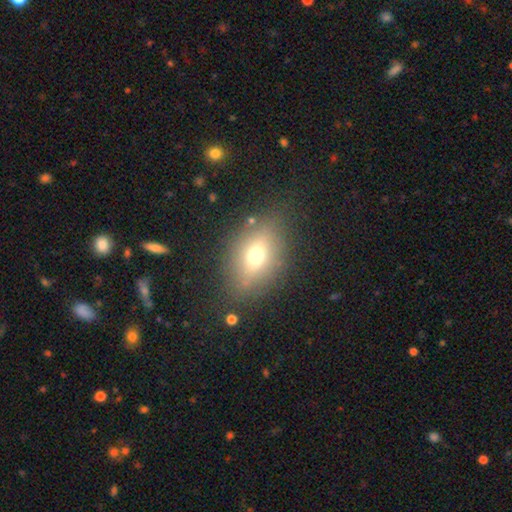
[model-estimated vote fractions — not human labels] Smooth or featured? smooth (64%)
How rounded? in between (77%)
Merging? none (79%)